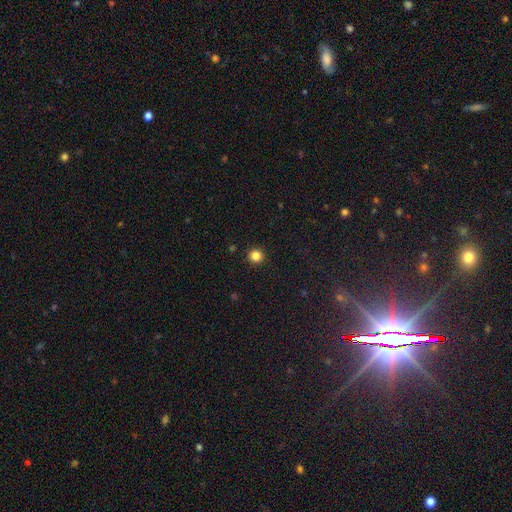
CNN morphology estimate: A smooth galaxy with no disk features (84%) that is round (94%).

Vote fractions:
- Smooth or featured? smooth: 84% / star or artifact: 12% / featured or disk: 4%
- How rounded? round: 94% / in between: 5% / cigar-shaped: 1%
- Merging? none: 93% / minor disturbance: 4% / major disturbance: 2% / merger: 1%